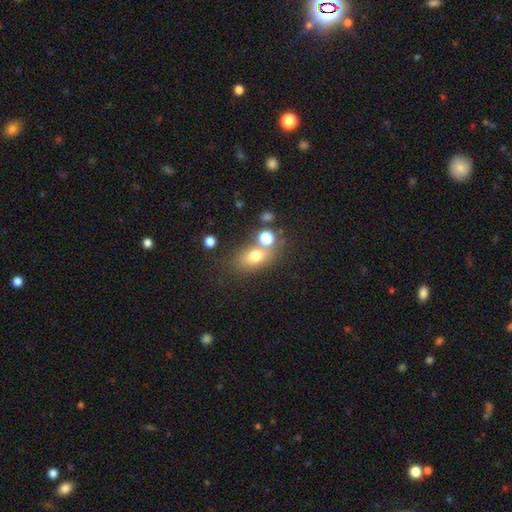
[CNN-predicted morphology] smooth_or_featured: smooth (p=0.73) [alt: star or artifact p=0.14]
how_rounded: in between (p=0.68) [alt: round p=0.29]
merging: none (p=0.56) [alt: merger p=0.24]